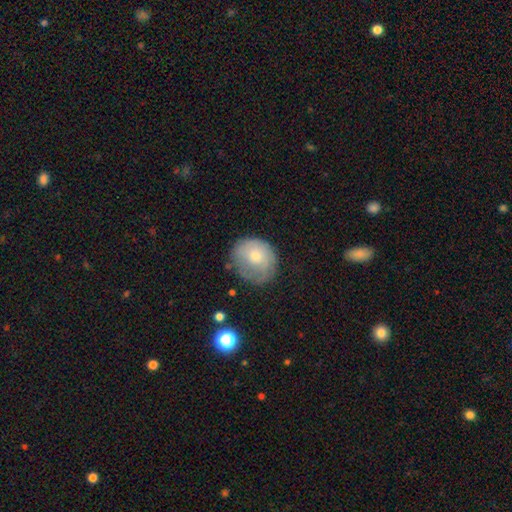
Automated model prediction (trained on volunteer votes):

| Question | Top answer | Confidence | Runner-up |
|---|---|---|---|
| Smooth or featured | smooth | 62% | featured or disk (30%) |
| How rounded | round | 72% | in between (27%) |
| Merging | none | 58% | minor disturbance (28%) |